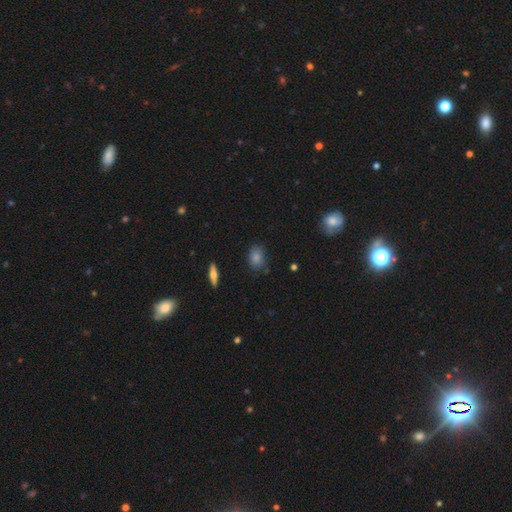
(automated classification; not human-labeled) smooth_or_featured: smooth (p=0.76) [alt: star or artifact p=0.14]
how_rounded: in between (p=0.66) [alt: round p=0.32]
merging: none (p=0.79) [alt: minor disturbance p=0.16]